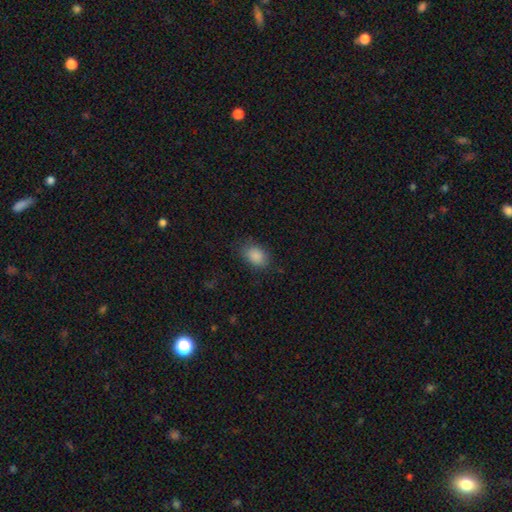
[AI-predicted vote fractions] This appears to be a smooth galaxy with no disk features (87%) that is in between round and cigar-shaped (79%). Merging: none (79%).